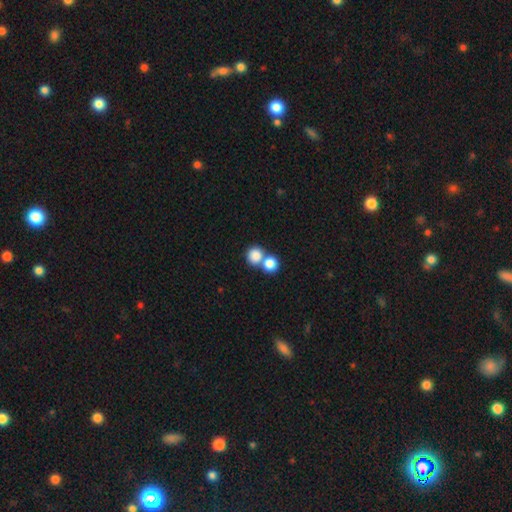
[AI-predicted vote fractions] Overall: smooth (83%). How rounded: round (84%). Merging: merger (50%; none 41%).